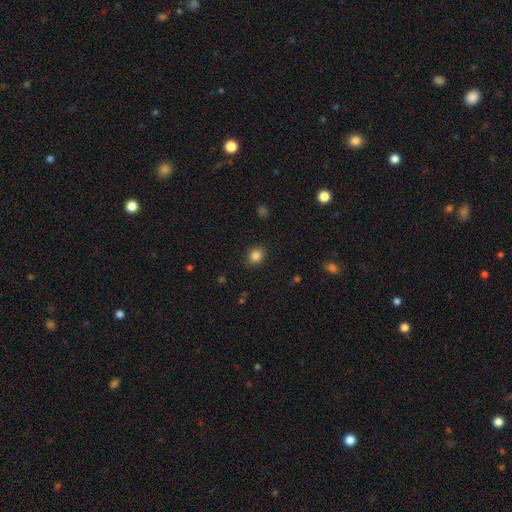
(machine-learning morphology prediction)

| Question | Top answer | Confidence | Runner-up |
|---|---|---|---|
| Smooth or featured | smooth | 85% | star or artifact (11%) |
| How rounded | round | 70% | in between (29%) |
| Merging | none | 89% | minor disturbance (7%) |